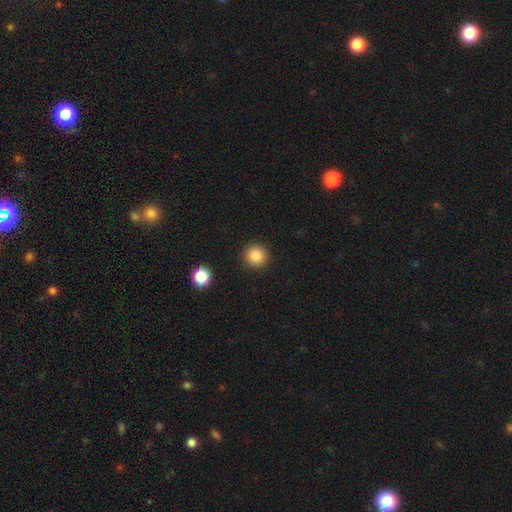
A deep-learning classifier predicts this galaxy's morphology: A smooth galaxy with no disk features (86%) that is round (94%).

Vote fractions:
- Smooth or featured? smooth: 86% / star or artifact: 10% / featured or disk: 4%
- How rounded? round: 94% / in between: 5% / cigar-shaped: 1%
- Merging? none: 91% / minor disturbance: 5% / major disturbance: 2% / merger: 2%